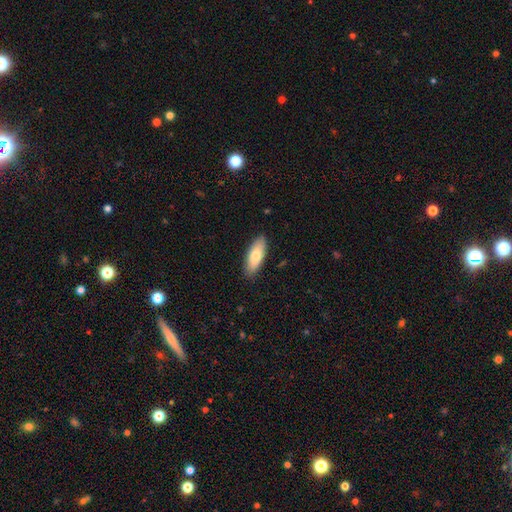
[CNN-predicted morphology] type=smooth (78%); roundness=in between (73%); merging=none (88%).